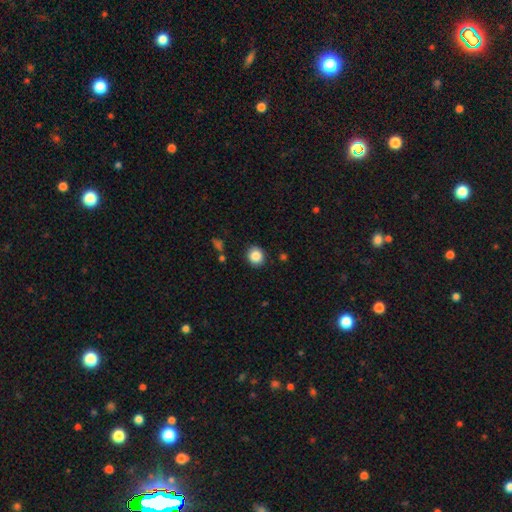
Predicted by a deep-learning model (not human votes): Morphology: type=smooth (86%); roundness=round (84%); merging=none (89%).